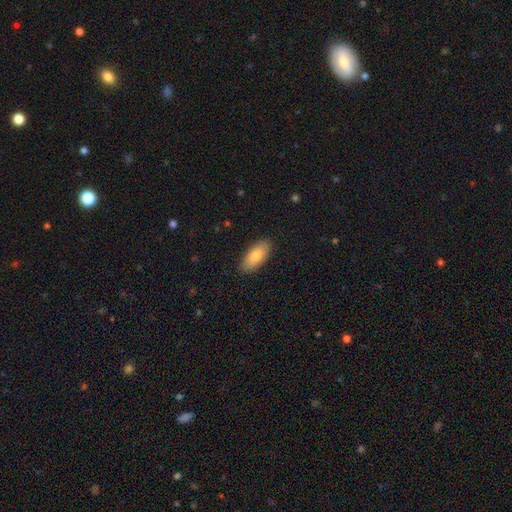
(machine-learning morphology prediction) A smooth galaxy with no disk features (82%) that is in between round and cigar-shaped (87%). Merging: none (89%).